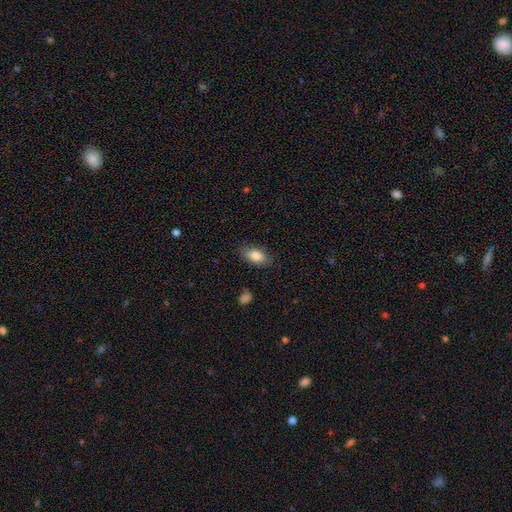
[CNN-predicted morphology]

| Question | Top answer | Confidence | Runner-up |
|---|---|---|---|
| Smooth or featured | smooth | 85% | featured or disk (9%) |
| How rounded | in between | 91% | cigar-shaped (5%) |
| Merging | none | 83% | minor disturbance (12%) |